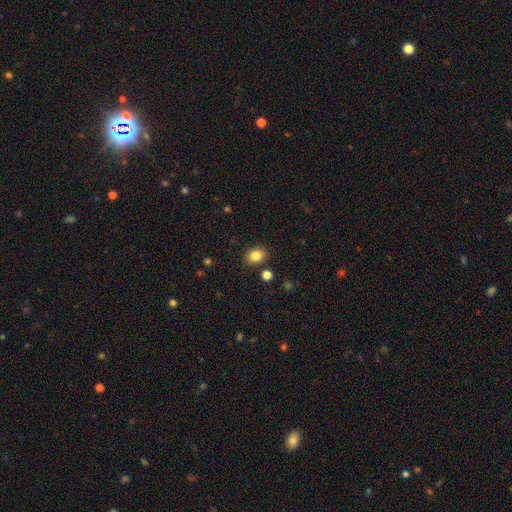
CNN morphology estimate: Q: Smooth or featured?
A: smooth (84%); runner-up: star or artifact (11%)
Q: How rounded?
A: round (50%); runner-up: in between (49%)
Q: Merging?
A: none (85%); runner-up: minor disturbance (9%)